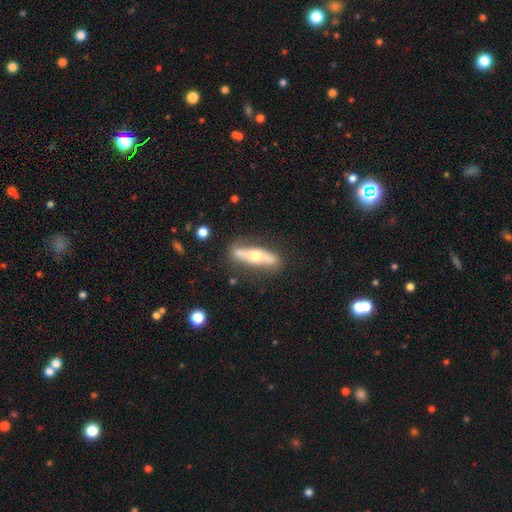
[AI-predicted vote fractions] A featured or disk galaxy (60%) viewed edge-on (70%).

Vote fractions:
- Smooth or featured? featured or disk: 60% / smooth: 35% / star or artifact: 6%
- Edge-on disk? yes: 70% / no: 30%
- Merging? none: 77% / minor disturbance: 14% / major disturbance: 5% / merger: 4%